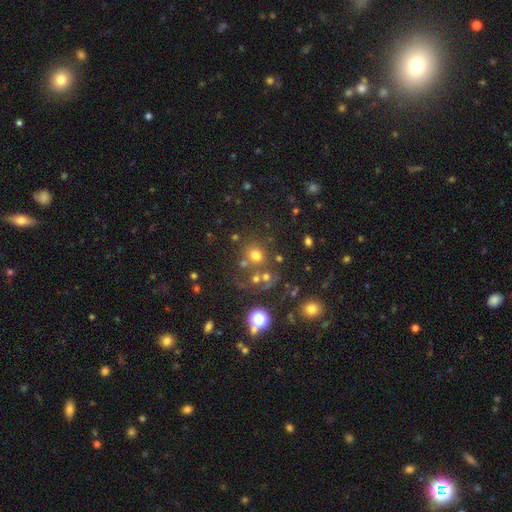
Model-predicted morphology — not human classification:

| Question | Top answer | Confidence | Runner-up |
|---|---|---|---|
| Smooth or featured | smooth | 65% | star or artifact (24%) |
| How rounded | round | 79% | in between (20%) |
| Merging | none | 62% | merger (19%) |